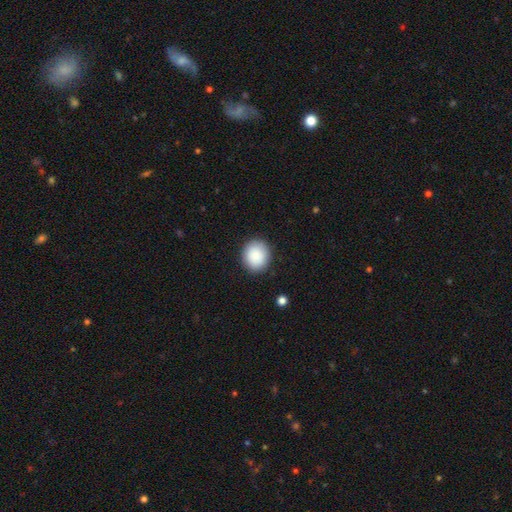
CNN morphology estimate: This is clearly a smooth galaxy (89%). How rounded: likely round (78%). Merging: clearly none (89%).